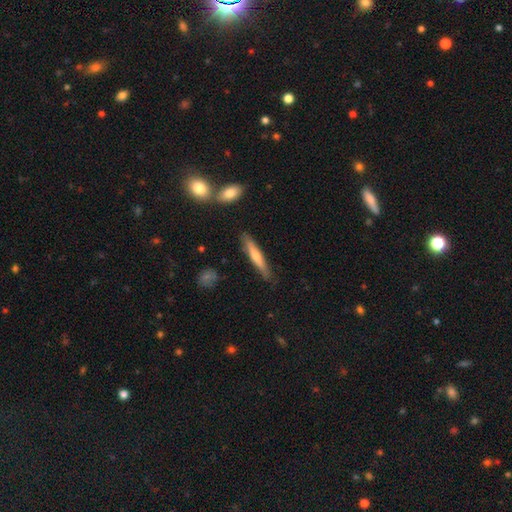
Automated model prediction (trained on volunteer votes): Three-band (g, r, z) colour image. It shows a smooth galaxy with no disk features (49%). Merging: none (83%).